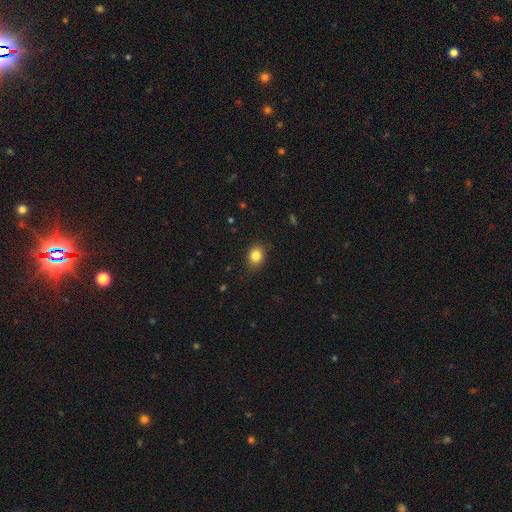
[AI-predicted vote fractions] smooth 84%, star or artifact 10%, featured or disk 6%. Down the decision tree: how rounded — in between (50%); merging — none (84%).